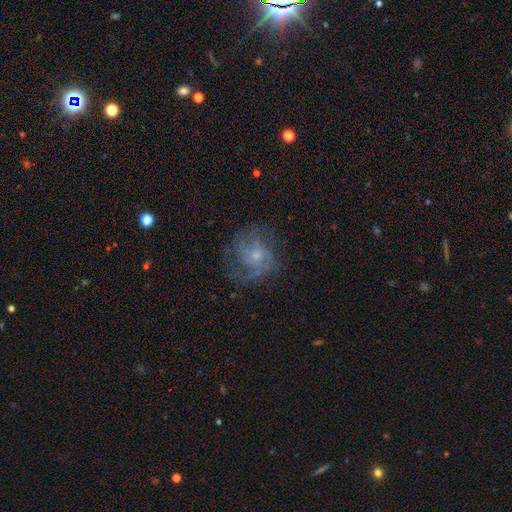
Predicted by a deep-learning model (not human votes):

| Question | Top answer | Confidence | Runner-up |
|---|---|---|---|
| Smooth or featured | featured or disk | 71% | smooth (20%) |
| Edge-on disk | no | 98% | yes (2%) |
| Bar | no | 72% | weak (25%) |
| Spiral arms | yes | 86% | no (14%) |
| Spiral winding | medium | 46% | tight (34%) |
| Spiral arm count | can't tell | 33% | 2 (26%) |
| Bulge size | small | 58% | moderate (33%) |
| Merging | none | 63% | minor disturbance (19%) |